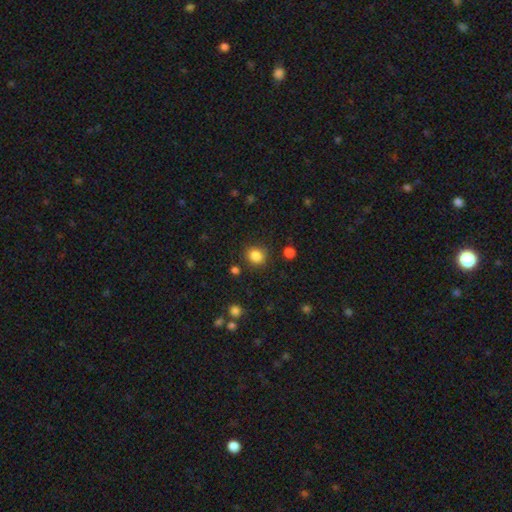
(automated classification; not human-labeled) Smooth or featured? Predicted: smooth (p=0.85). How rounded? Predicted: round (p=0.76). Merging? Predicted: none (p=0.84).